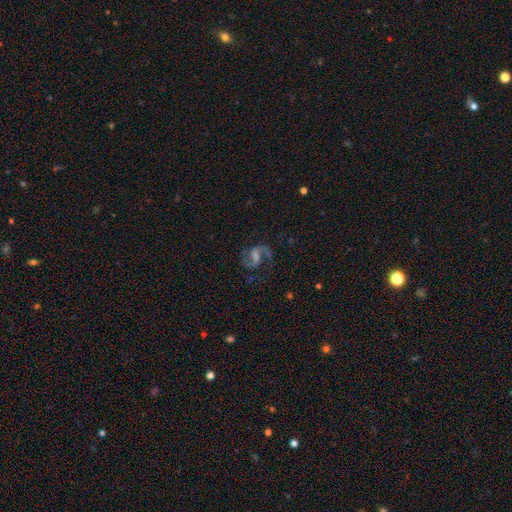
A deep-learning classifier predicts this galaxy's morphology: Q: Smooth or featured?
A: featured or disk (86%); runner-up: star or artifact (8%)
Q: Edge-on disk?
A: no (98%); runner-up: yes (2%)
Q: Bar?
A: weak (51%); runner-up: strong (31%)
Q: Spiral arms?
A: yes (97%); runner-up: no (3%)
Q: Spiral winding?
A: medium (54%); runner-up: loose (36%)
Q: Spiral arm count?
A: 2 (91%); runner-up: 1 (3%)
Q: Bulge size?
A: small (32%); runner-up: moderate (31%)
Q: Merging?
A: none (74%); runner-up: minor disturbance (13%)